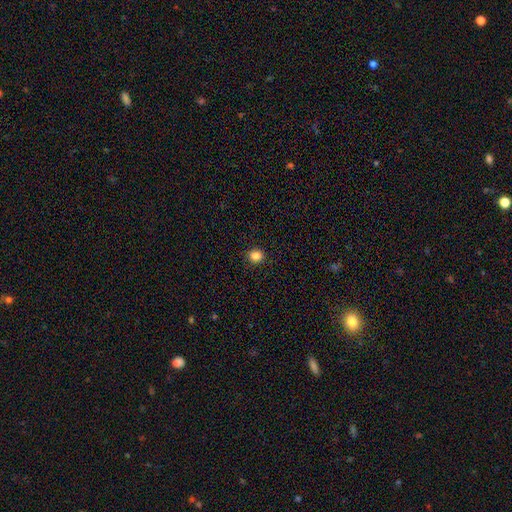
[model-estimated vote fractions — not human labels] Smooth or featured? Predicted: smooth (p=0.84). How rounded? Predicted: round (p=0.81). Merging? Predicted: none (p=0.92).